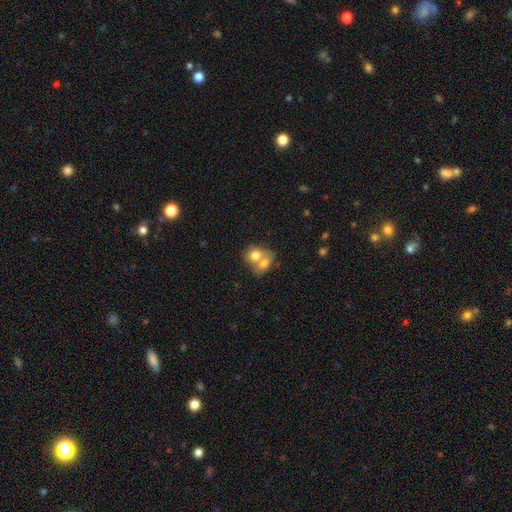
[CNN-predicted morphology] Smooth or featured: smooth — 70% (featured or disk — 22%)
How rounded: round — 52% (in between — 47%)
Merging: merger — 73% (none — 18%)